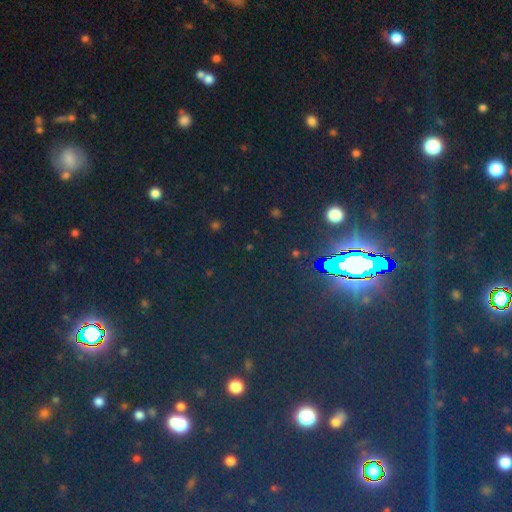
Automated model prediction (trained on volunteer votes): A star or artifact, not a galaxy (80%).

Vote fractions:
- Smooth or featured? star or artifact: 80% / smooth: 12% / featured or disk: 8%